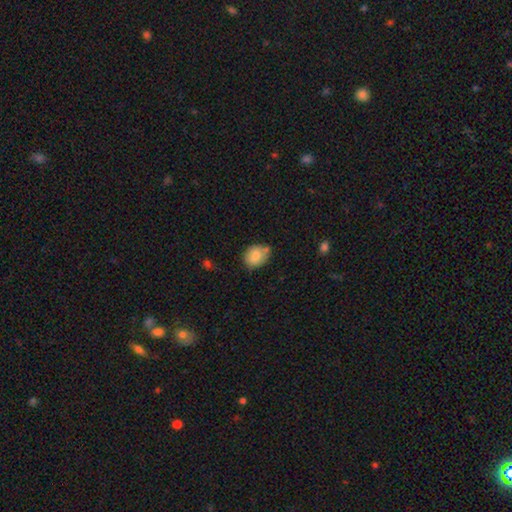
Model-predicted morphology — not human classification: This is likely a smooth galaxy (79%). How rounded: possibly round (52%). Merging: likely none (61%).